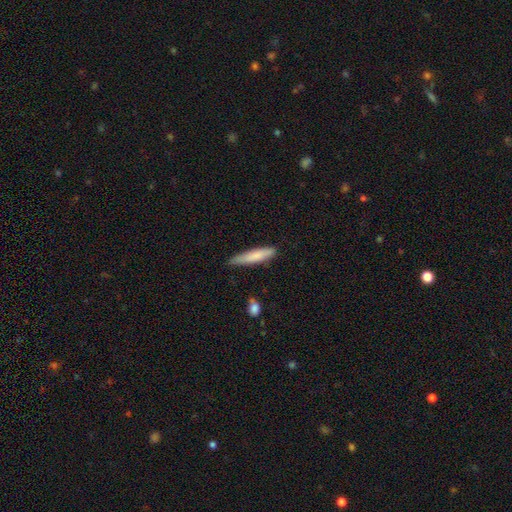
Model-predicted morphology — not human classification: smooth-or-featured: smooth: 78% | featured or disk: 17% | star or artifact: 6%
  how-rounded: cigar-shaped: 85% | in between: 13% | round: 1%
  merging: none: 72% | minor disturbance: 22% | major disturbance: 3% | merger: 2%